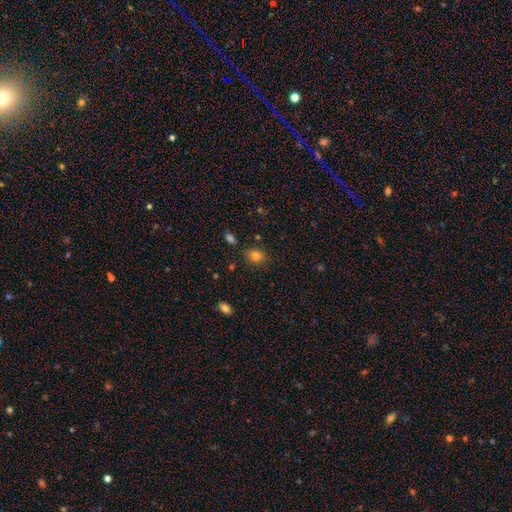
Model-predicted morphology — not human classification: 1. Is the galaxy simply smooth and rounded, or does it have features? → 81% smooth, 11% star or artifact, 8% featured or disk.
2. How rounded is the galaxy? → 57% in between, 42% round, 1% cigar-shaped.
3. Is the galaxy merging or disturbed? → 80% none, 13% minor disturbance, 3% merger, 3% major disturbance.